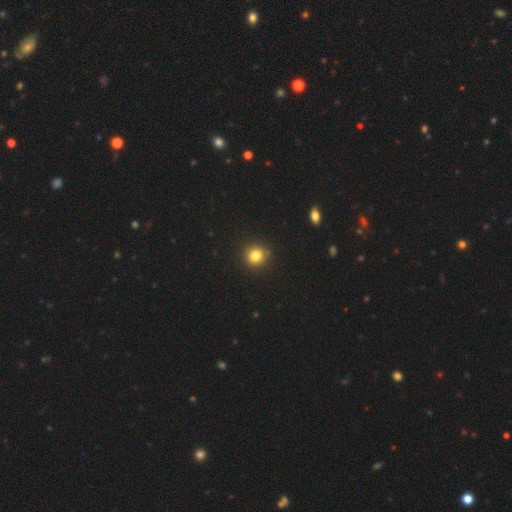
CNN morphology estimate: type=smooth (81%); roundness=round (89%); merging=none (90%).